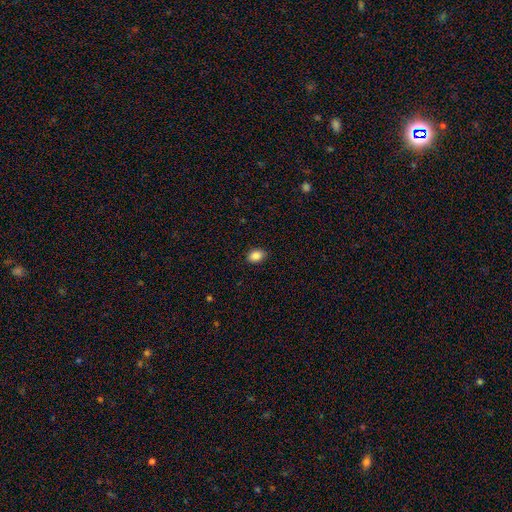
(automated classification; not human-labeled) Smooth or featured? smooth (88%)
How rounded? in between (79%)
Merging? none (88%)